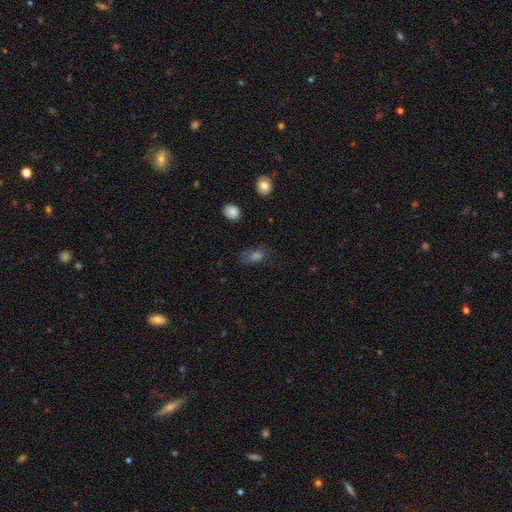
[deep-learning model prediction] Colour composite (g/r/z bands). It shows a smooth galaxy with no disk features (64%) that is in between round and cigar-shaped (74%). Merging: none (63%).